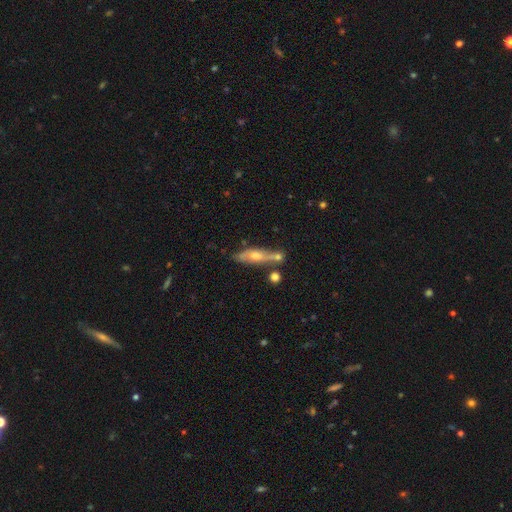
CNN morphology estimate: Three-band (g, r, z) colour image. It shows a featured or disk galaxy (60%) viewed edge-on (72%). Merging: none (55%).